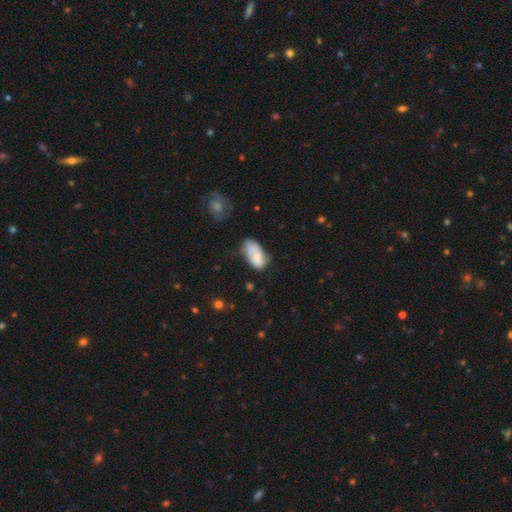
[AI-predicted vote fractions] Smooth or featured? Predicted: smooth (p=0.76). How rounded? Predicted: in between (p=0.93). Merging? Predicted: none (p=0.41).